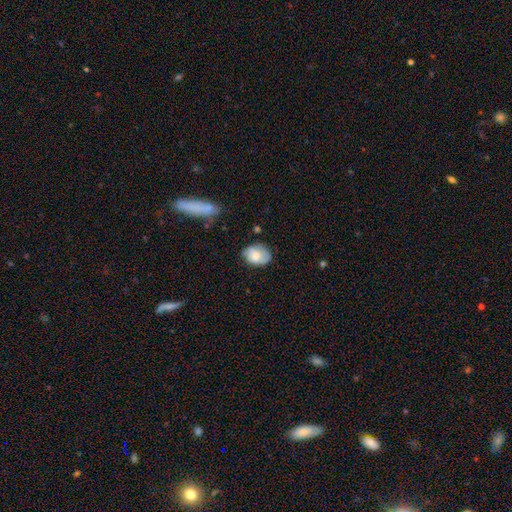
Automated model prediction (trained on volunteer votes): smooth_or_featured: smooth (p=0.66) [alt: featured or disk p=0.27]
how_rounded: in between (p=0.65) [alt: round p=0.34]
merging: none (p=0.64) [alt: minor disturbance p=0.28]